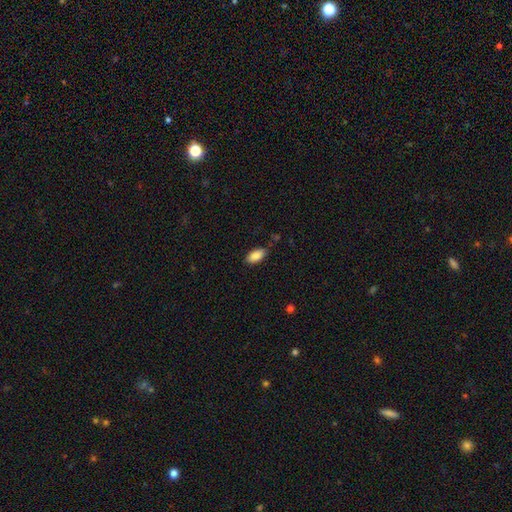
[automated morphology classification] Smooth or featured? smooth (88%)
How rounded? in between (92%)
Merging? none (79%)